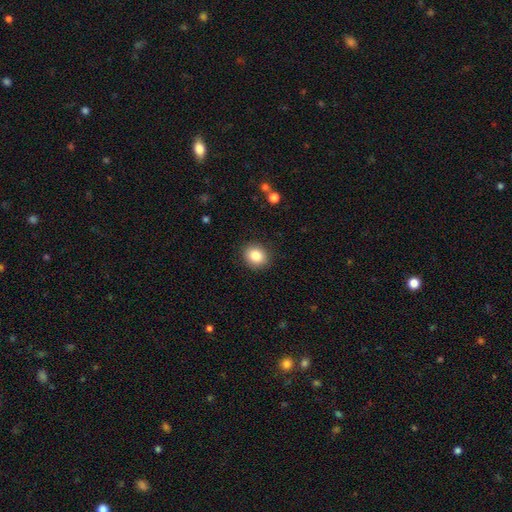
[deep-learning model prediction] A smooth galaxy with no disk features (85%) that is round (64%). Merging: none (89%).